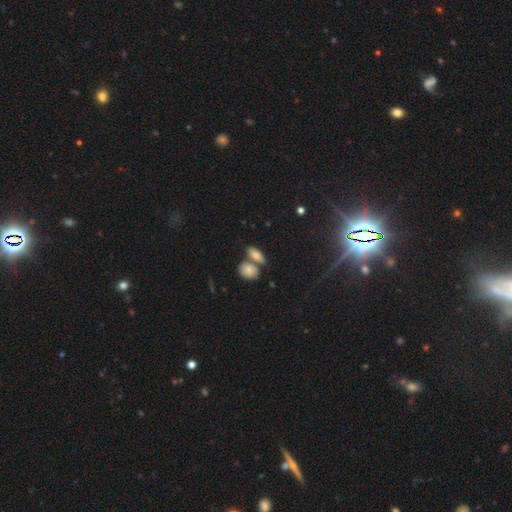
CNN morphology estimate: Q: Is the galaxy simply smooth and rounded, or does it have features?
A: smooth — 73%.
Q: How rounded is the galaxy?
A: in between — 75%.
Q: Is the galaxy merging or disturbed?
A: none — 50%.